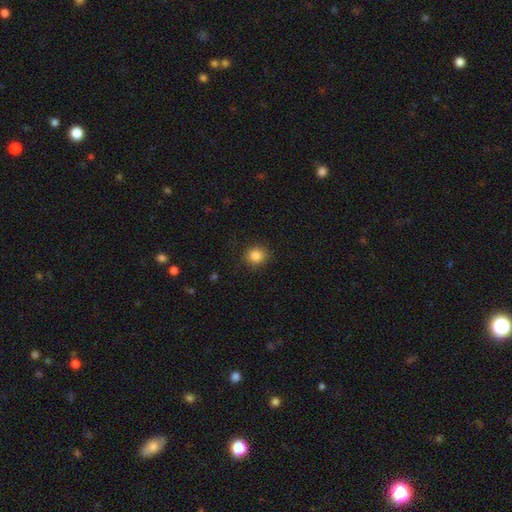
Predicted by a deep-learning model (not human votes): smooth_or_featured: smooth (p=0.85) [alt: star or artifact p=0.10]
how_rounded: round (p=0.87) [alt: in between p=0.12]
merging: none (p=0.87) [alt: minor disturbance p=0.09]